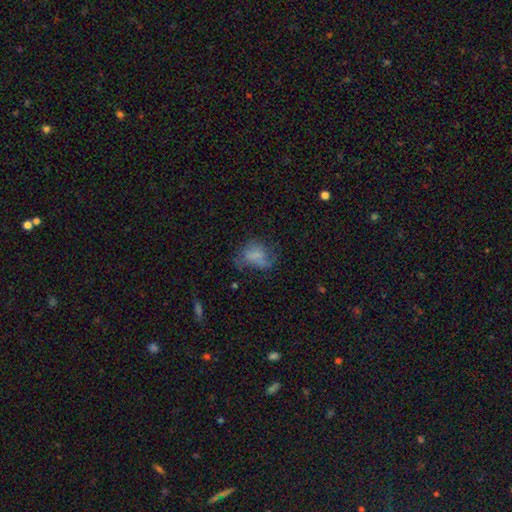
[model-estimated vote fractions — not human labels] Smooth or featured?
  - smooth: 59% *
  - featured or disk: 28%
  - star or artifact: 13%
How rounded?
  - in between: 71% *
  - round: 27%
  - cigar-shaped: 2%
Merging?
  - none: 36% *
  - major disturbance: 33%
  - minor disturbance: 27%
  - merger: 4%